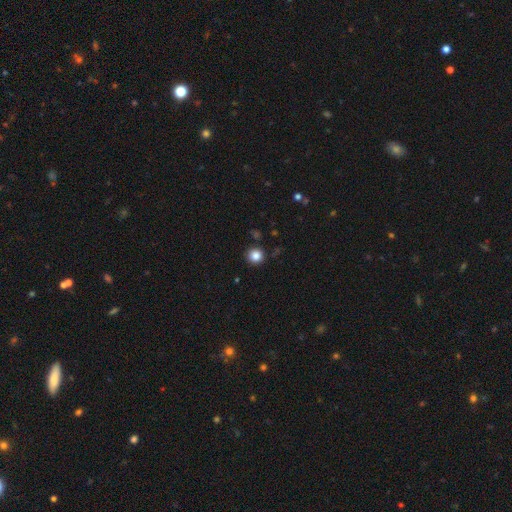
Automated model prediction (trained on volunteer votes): The model was most divided on "smooth or featured": smooth: 85%, star or artifact: 11%, featured or disk: 4%. More confident: how rounded — round (94%); merging — none (91%).